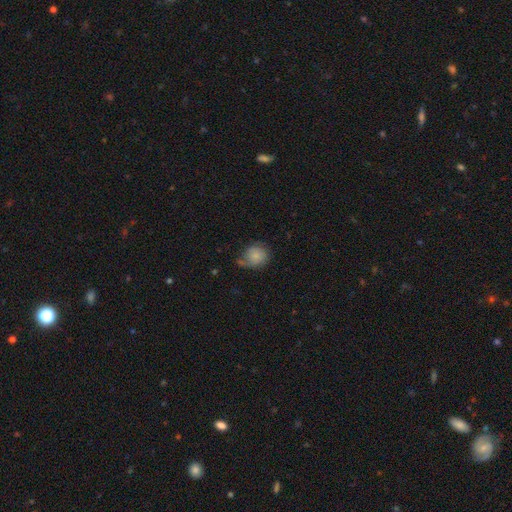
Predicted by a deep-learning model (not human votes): smooth-or-featured: smooth: 68% | featured or disk: 24% | star or artifact: 8%
  how-rounded: round: 71% | in between: 28% | cigar-shaped: 1%
  merging: none: 47% | minor disturbance: 32% | major disturbance: 17% | merger: 4%